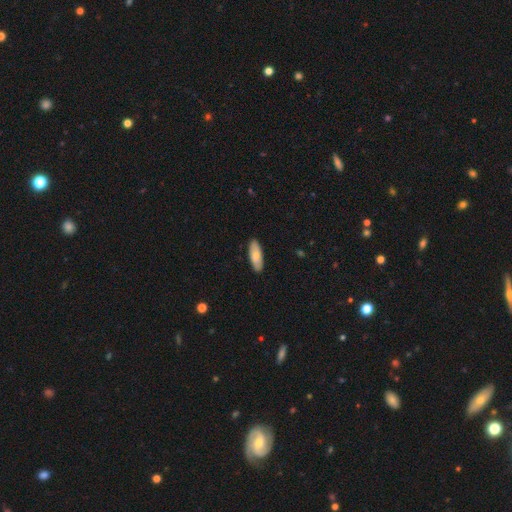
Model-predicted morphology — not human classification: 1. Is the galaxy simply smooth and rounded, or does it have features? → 76% smooth, 19% featured or disk, 5% star or artifact.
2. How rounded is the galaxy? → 66% in between, 32% cigar-shaped, 2% round.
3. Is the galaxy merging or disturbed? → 89% none, 9% minor disturbance, 2% major disturbance, 1% merger.